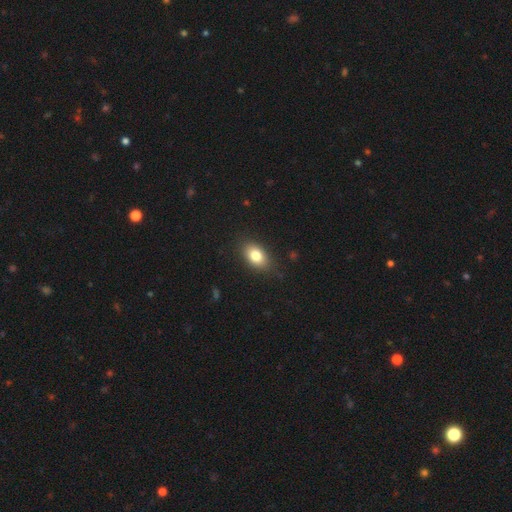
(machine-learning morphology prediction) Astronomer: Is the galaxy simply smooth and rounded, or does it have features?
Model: smooth — 80%.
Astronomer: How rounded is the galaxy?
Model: in between — 85%.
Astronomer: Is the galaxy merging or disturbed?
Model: none — 84%.